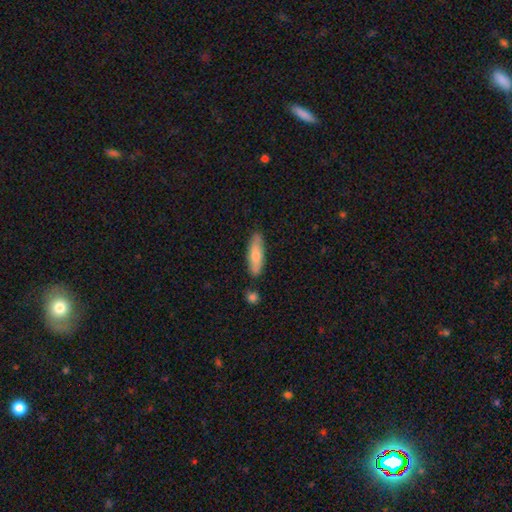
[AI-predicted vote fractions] Smooth or featured? smooth (75%)
How rounded? cigar-shaped (58%)
Merging? none (80%)